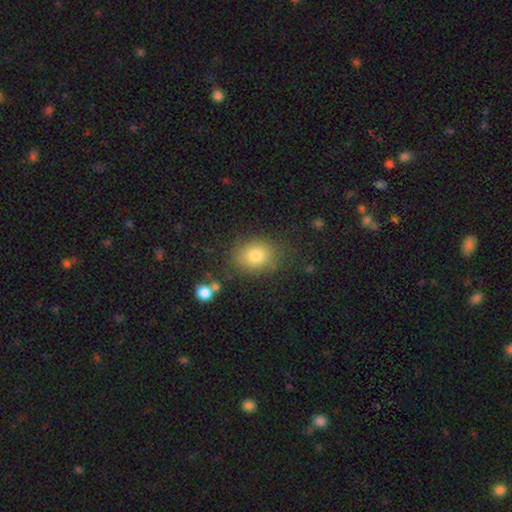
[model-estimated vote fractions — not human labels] The model was most divided on "how rounded": in between: 51%, round: 48%, cigar-shaped: 1%. More confident: smooth or featured — smooth (81%); merging — none (78%).